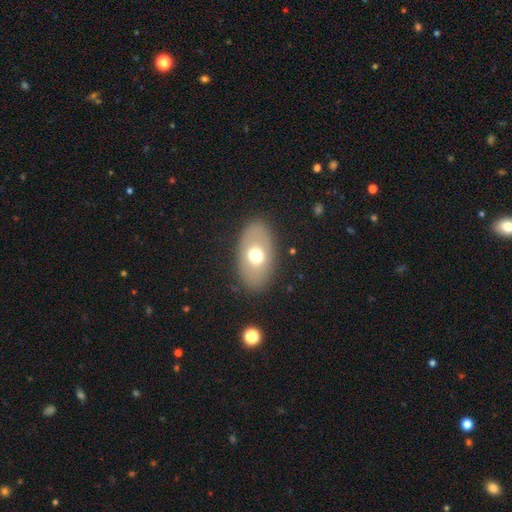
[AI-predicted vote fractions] Smooth or featured? smooth (62%)
How rounded? in between (88%)
Merging? none (85%)